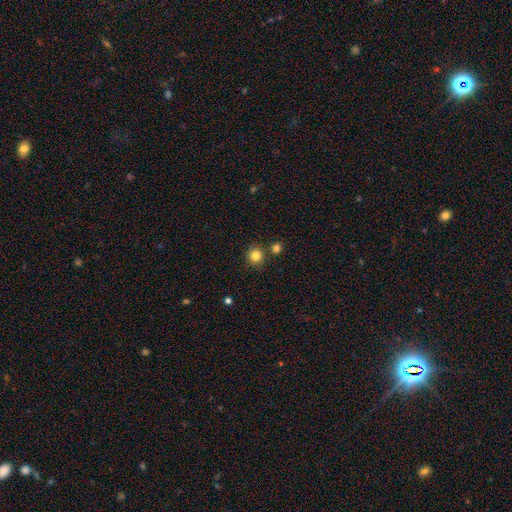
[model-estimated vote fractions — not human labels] A smooth galaxy with no disk features (83%) that is round (88%).

Vote fractions:
- Smooth or featured? smooth: 83% / star or artifact: 12% / featured or disk: 5%
- How rounded? round: 88% / in between: 11% / cigar-shaped: 1%
- Merging? none: 82% / minor disturbance: 8% / merger: 8% / major disturbance: 2%